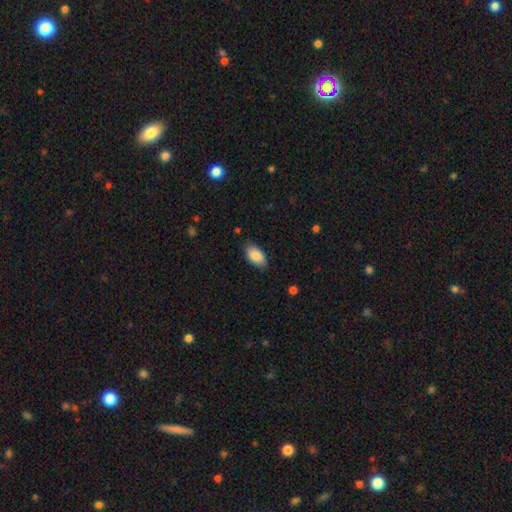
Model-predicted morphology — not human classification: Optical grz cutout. It shows a smooth galaxy with no disk features (87%) that is in between round and cigar-shaped (95%). Merging: none (83%).